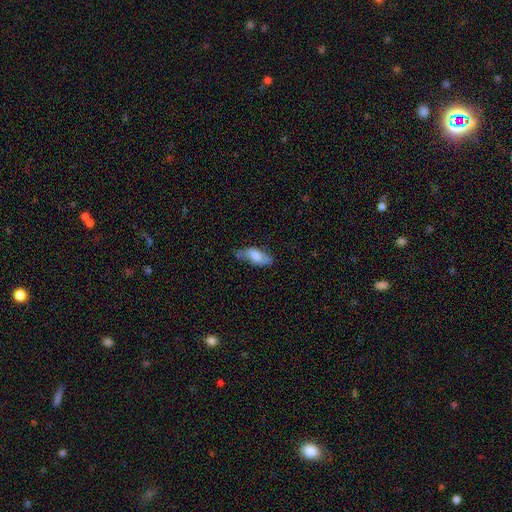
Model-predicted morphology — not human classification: Smooth or featured? Predicted: smooth (p=0.68). How rounded? Predicted: in between (p=0.81). Merging? Predicted: none (p=0.54).